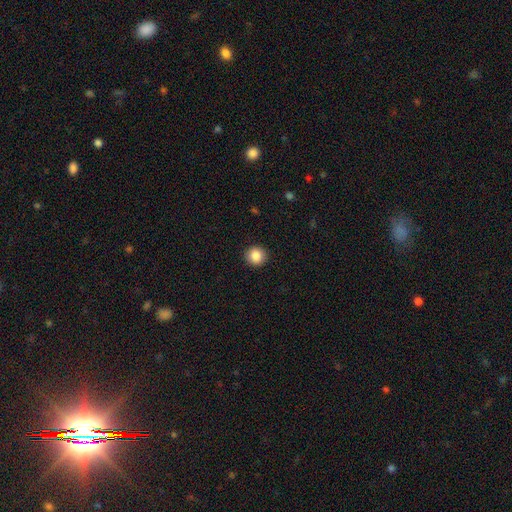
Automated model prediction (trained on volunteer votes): Smooth or featured? Predicted: smooth (p=0.86). How rounded? Predicted: round (p=0.91). Merging? Predicted: none (p=0.92).